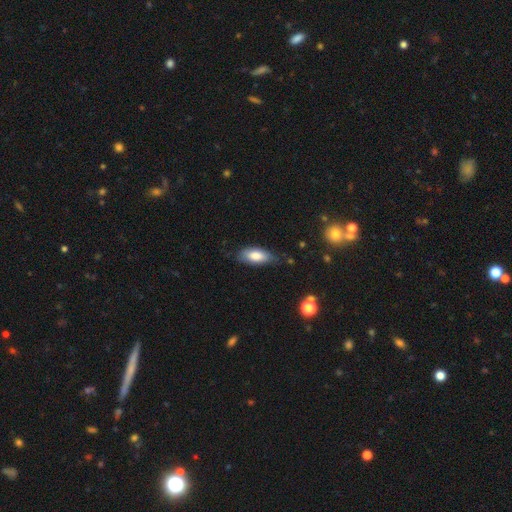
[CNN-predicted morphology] The model was most divided on "merging": none: 68%, minor disturbance: 26%, major disturbance: 5%, merger: 2%. More confident: how rounded — in between (83%); smooth or featured — smooth (79%).